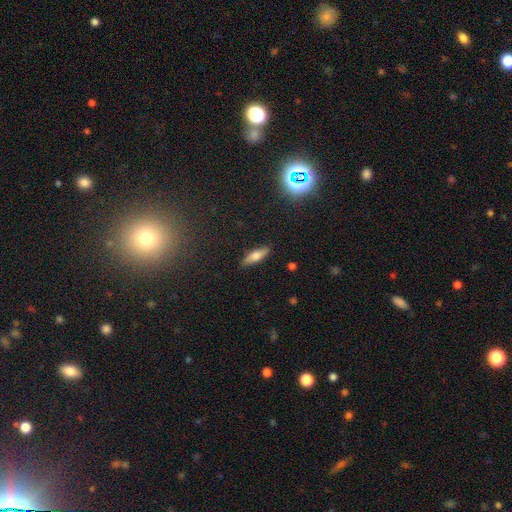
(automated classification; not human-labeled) smooth_or_featured: smooth (p=0.68) [alt: featured or disk p=0.23]
how_rounded: cigar-shaped (p=0.51) [alt: in between p=0.47]
merging: none (p=0.87) [alt: minor disturbance p=0.10]